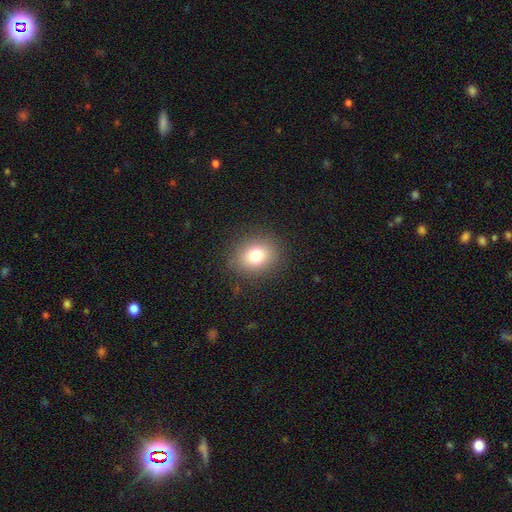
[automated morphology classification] Smooth or featured?
  - smooth: 77% *
  - star or artifact: 13%
  - featured or disk: 10%
How rounded?
  - round: 65% *
  - in between: 34%
  - cigar-shaped: 1%
Merging?
  - none: 87% *
  - minor disturbance: 8%
  - major disturbance: 4%
  - merger: 1%